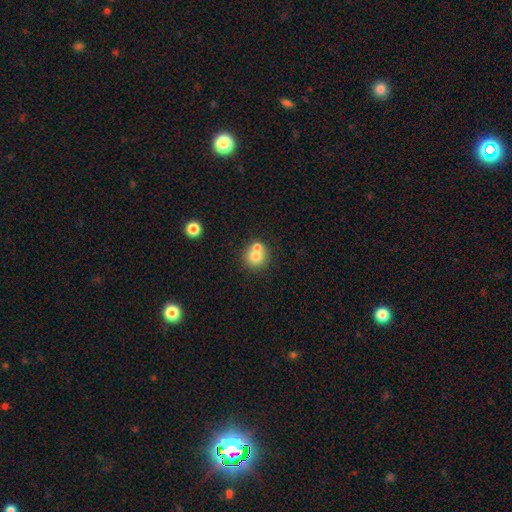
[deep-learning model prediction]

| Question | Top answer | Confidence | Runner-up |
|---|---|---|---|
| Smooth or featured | smooth | 74% | featured or disk (16%) |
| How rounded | round | 90% | in between (9%) |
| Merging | none | 50% | merger (39%) |